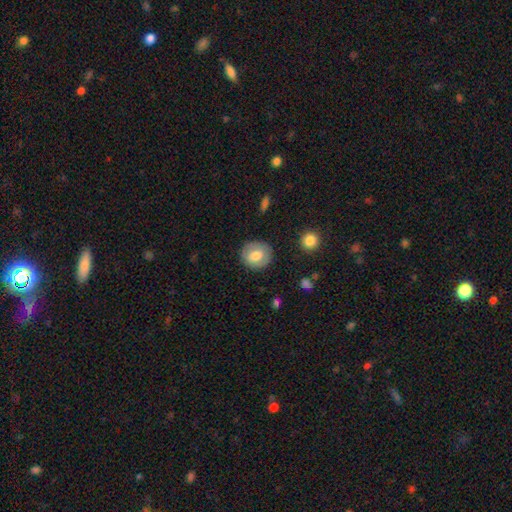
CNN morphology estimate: Smooth or featured: smooth — 73% (featured or disk — 20%)
How rounded: round — 83% (in between — 16%)
Merging: none — 86% (minor disturbance — 10%)